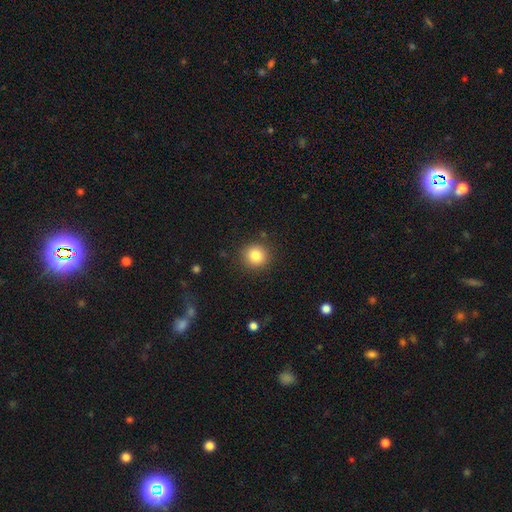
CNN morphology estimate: A smooth galaxy with no disk features (84%) that is round (91%). Merging: none (89%).